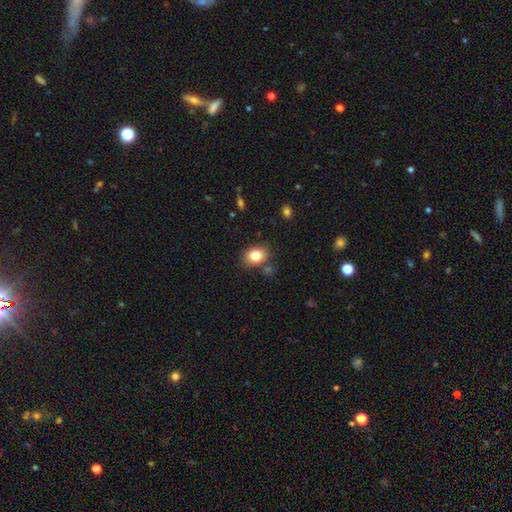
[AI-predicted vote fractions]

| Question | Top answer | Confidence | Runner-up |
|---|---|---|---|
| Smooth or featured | smooth | 82% | star or artifact (9%) |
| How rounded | in between | 63% | round (36%) |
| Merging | none | 76% | minor disturbance (13%) |